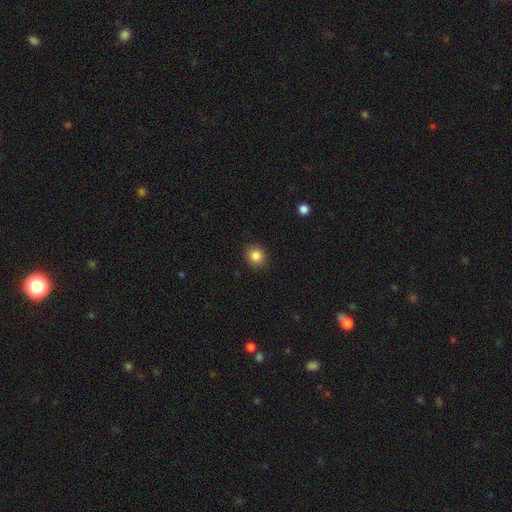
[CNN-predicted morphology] Smooth or featured? smooth (85%)
How rounded? round (80%)
Merging? none (89%)